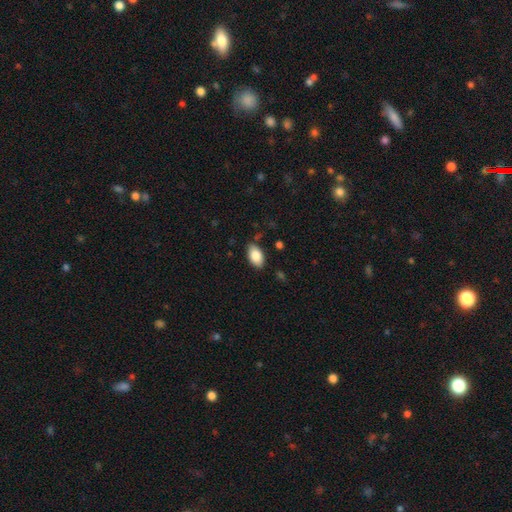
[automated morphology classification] Overall: smooth (85%). How rounded: in between (93%). Merging: none (82%).